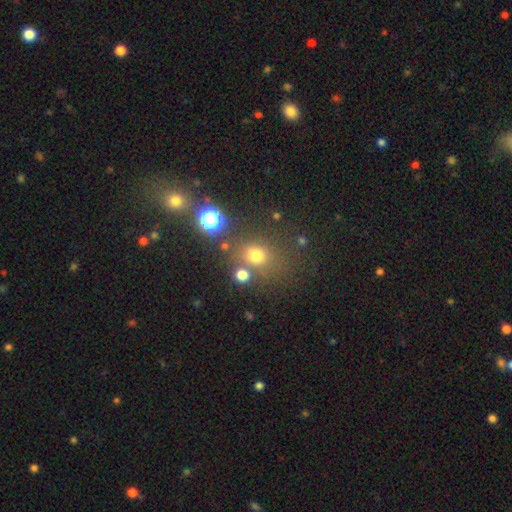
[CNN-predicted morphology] smooth 70%, star or artifact 22%, featured or disk 8%. Down the decision tree: how rounded — round (70%); merging — none (68%).